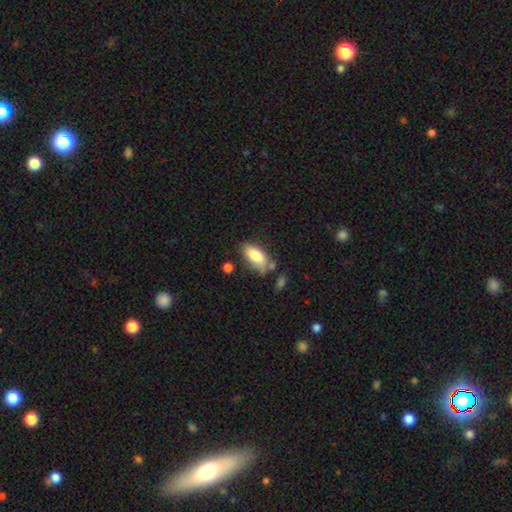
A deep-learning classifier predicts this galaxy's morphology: Q: Smooth or featured?
A: smooth (80%); runner-up: featured or disk (13%)
Q: How rounded?
A: in between (90%); runner-up: cigar-shaped (7%)
Q: Merging?
A: none (56%); runner-up: minor disturbance (25%)